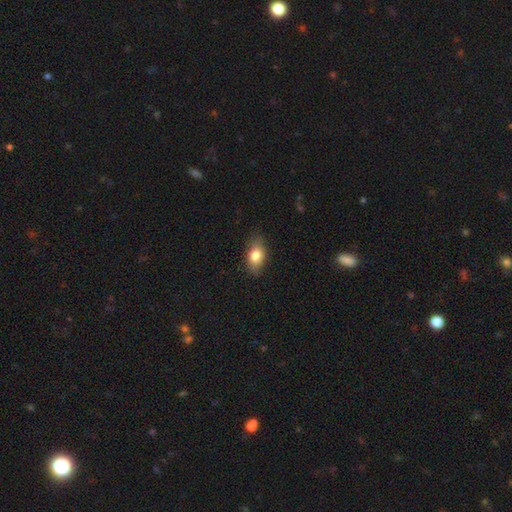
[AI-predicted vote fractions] Overall: smooth (79%). How rounded: in between (84%). Merging: none (80%).